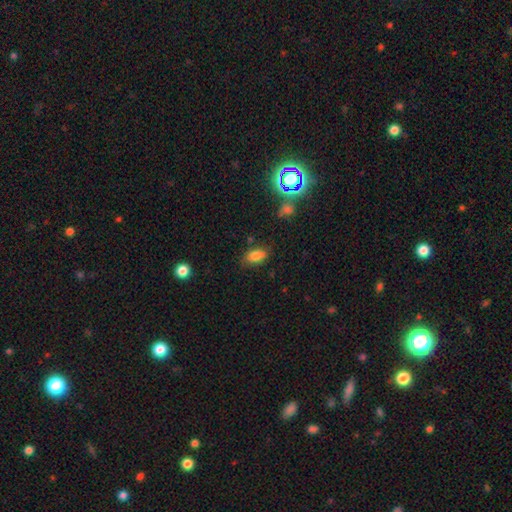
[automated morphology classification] type=smooth (80%); roundness=in between (89%); merging=none (78%).